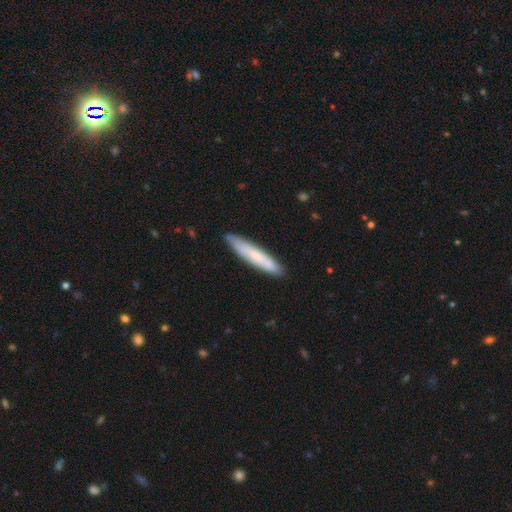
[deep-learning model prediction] Smooth or featured? smooth (67%)
How rounded? cigar-shaped (90%)
Merging? none (85%)